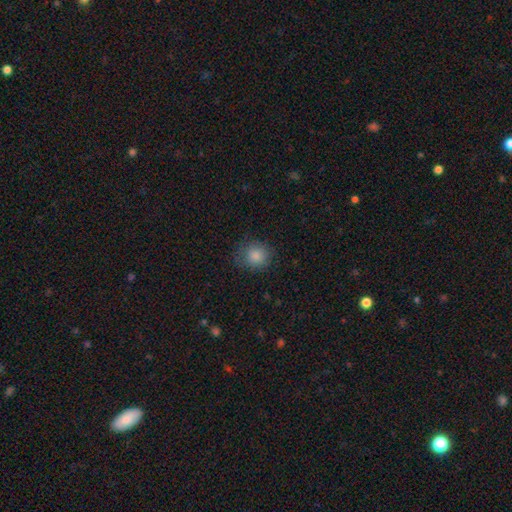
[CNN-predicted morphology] smooth_or_featured: smooth (p=0.86) [alt: star or artifact p=0.09]
how_rounded: round (p=0.79) [alt: in between p=0.20]
merging: none (p=0.78) [alt: minor disturbance p=0.16]